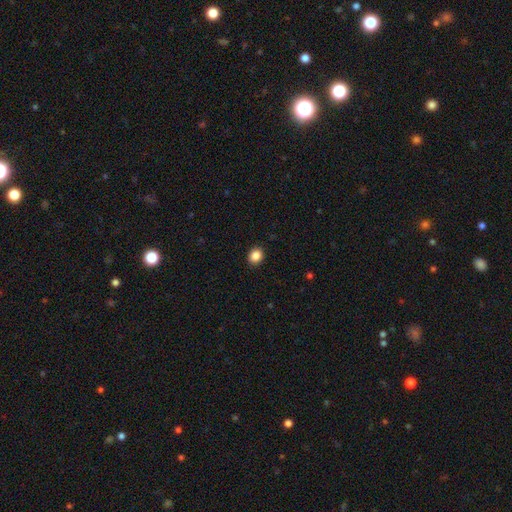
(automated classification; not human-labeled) smooth_or_featured: smooth (p=0.87) [alt: star or artifact p=0.10]
how_rounded: round (p=0.67) [alt: in between p=0.32]
merging: none (p=0.91) [alt: minor disturbance p=0.06]